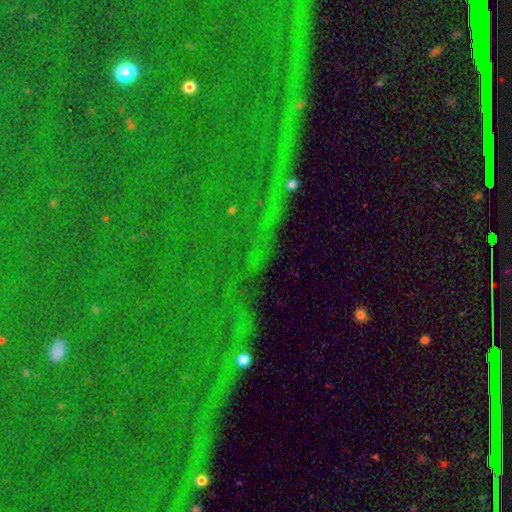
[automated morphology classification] A star or artifact, not a galaxy (75%).